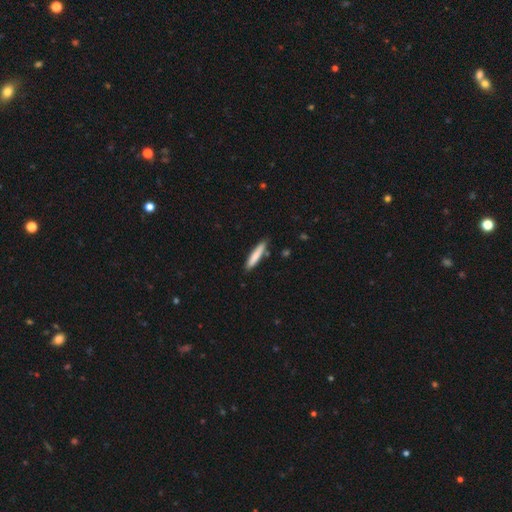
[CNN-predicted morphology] This is clearly a smooth galaxy (81%). How rounded: clearly cigar-shaped (89%). Merging: clearly none (85%).